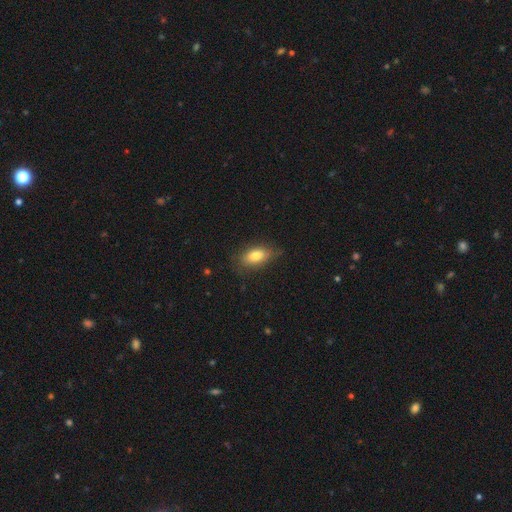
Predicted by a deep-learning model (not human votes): smooth-or-featured: smooth: 77% | featured or disk: 15% | star or artifact: 8%
  how-rounded: in between: 86% | cigar-shaped: 7% | round: 7%
  merging: none: 72% | minor disturbance: 22% | major disturbance: 5% | merger: 1%